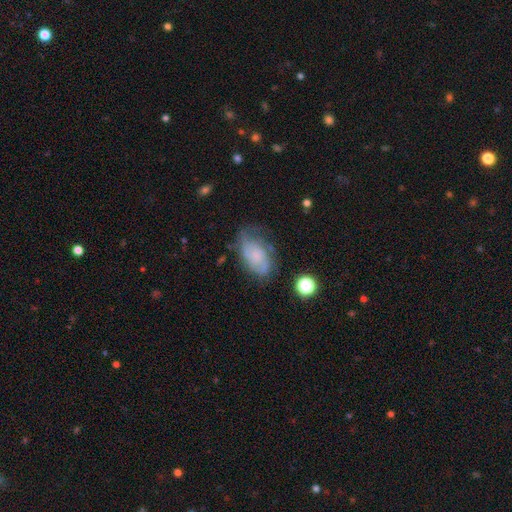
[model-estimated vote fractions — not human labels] Smooth or featured? Predicted: featured or disk (p=0.62). Edge-on disk? Predicted: no (p=0.96). Bar? Predicted: no (p=0.73). Spiral arms? Predicted: yes (p=0.86). Spiral winding? Predicted: tight (p=0.45). Spiral arm count? Predicted: 2 (p=0.50). Bulge size? Predicted: small (p=0.40). Merging? Predicted: none (p=0.56).